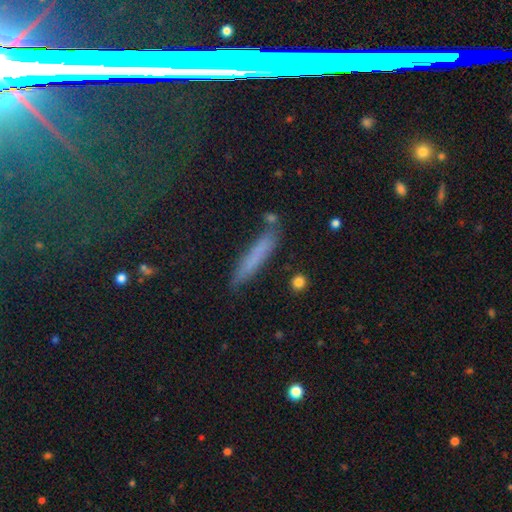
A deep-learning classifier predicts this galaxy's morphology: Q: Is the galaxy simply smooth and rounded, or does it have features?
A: smooth — 70%.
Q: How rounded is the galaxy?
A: cigar-shaped — 93%.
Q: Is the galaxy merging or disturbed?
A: none — 81%.